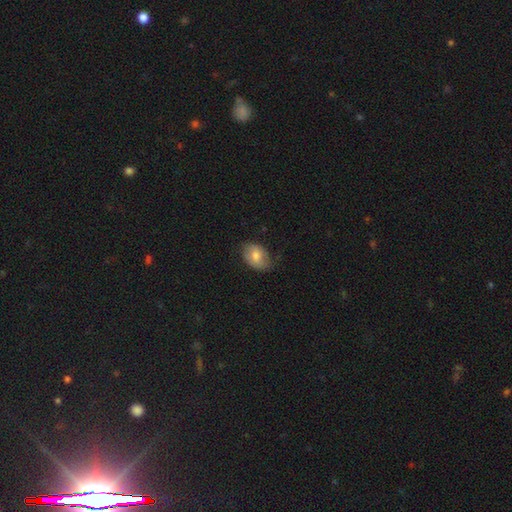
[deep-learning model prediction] Smooth or featured? Predicted: smooth (p=0.71). How rounded? Predicted: in between (p=0.80). Merging? Predicted: none (p=0.62).